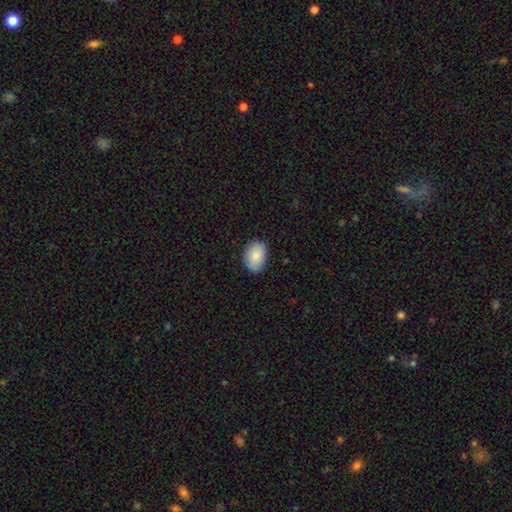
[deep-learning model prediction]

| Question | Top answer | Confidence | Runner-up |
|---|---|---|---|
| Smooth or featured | smooth | 87% | star or artifact (7%) |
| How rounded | in between | 84% | round (15%) |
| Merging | none | 84% | minor disturbance (12%) |